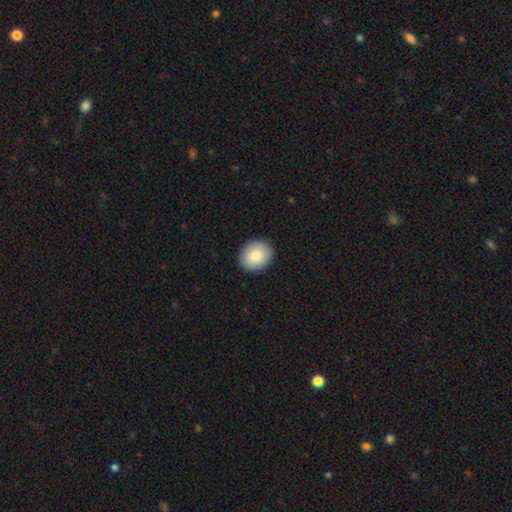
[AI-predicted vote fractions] Smooth or featured? smooth (85%)
How rounded? round (56%)
Merging? none (90%)